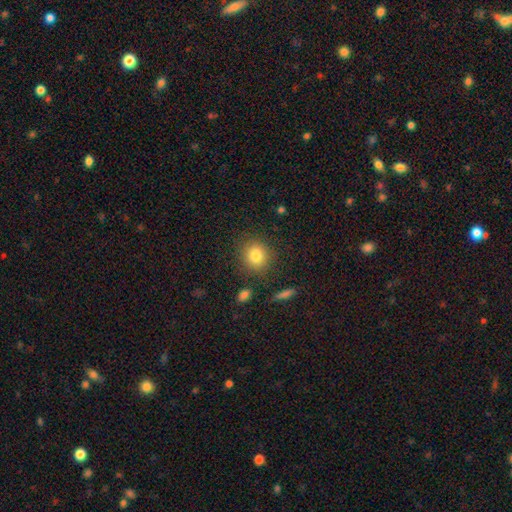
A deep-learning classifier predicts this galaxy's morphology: Q: Smooth or featured?
A: smooth (83%); runner-up: star or artifact (10%)
Q: How rounded?
A: round (83%); runner-up: in between (16%)
Q: Merging?
A: none (85%); runner-up: minor disturbance (9%)